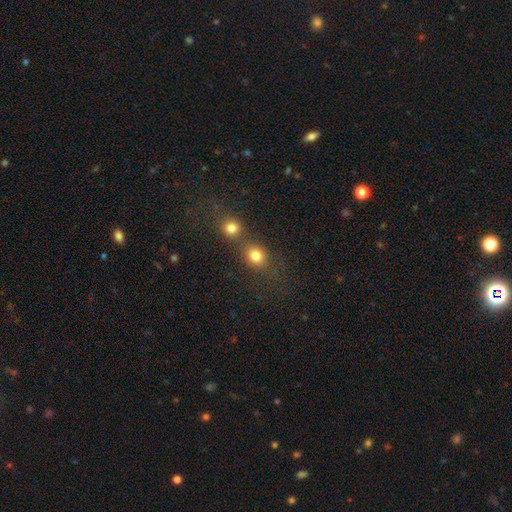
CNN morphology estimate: smooth-or-featured: smooth: 80% | star or artifact: 13% | featured or disk: 7%
  how-rounded: round: 77% | in between: 22% | cigar-shaped: 1%
  merging: none: 51% | merger: 37% | minor disturbance: 8% | major disturbance: 5%